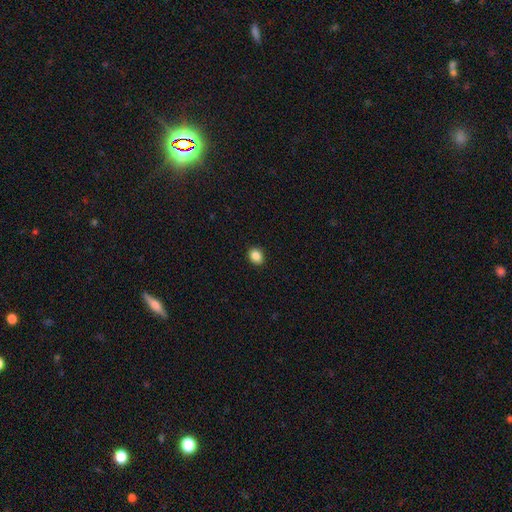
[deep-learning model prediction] Q: Smooth or featured?
A: smooth (87%); runner-up: star or artifact (9%)
Q: How rounded?
A: round (52%); runner-up: in between (47%)
Q: Merging?
A: none (91%); runner-up: minor disturbance (6%)